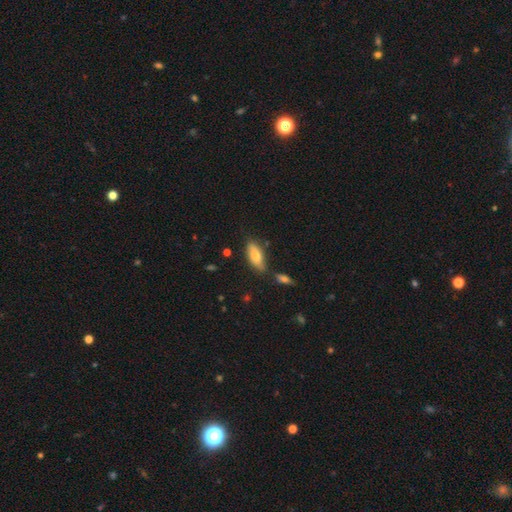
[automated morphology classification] smooth-or-featured: smooth: 75% | featured or disk: 19% | star or artifact: 7%
  how-rounded: in between: 82% | cigar-shaped: 16% | round: 2%
  merging: none: 70% | minor disturbance: 19% | merger: 7% | major disturbance: 4%